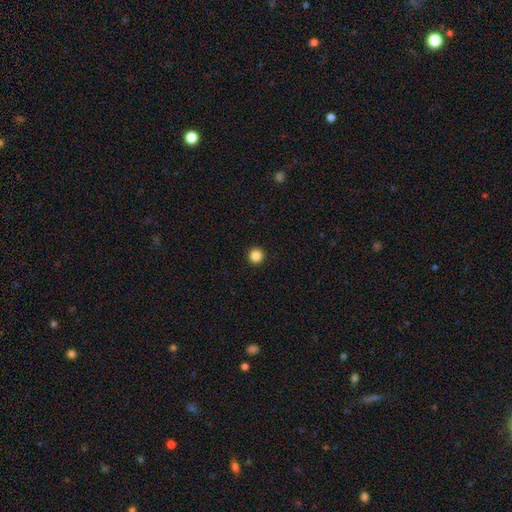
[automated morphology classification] smooth-or-featured: smooth: 85% | star or artifact: 11% | featured or disk: 4%
  how-rounded: round: 96% | in between: 3% | cigar-shaped: 1%
  merging: none: 94% | minor disturbance: 4% | major disturbance: 1% | merger: 1%